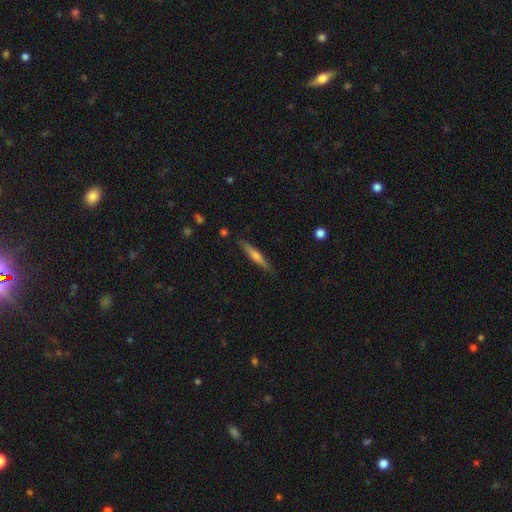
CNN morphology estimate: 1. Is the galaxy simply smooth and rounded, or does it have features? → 49% featured or disk, 45% smooth, 6% star or artifact.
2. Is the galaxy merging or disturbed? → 89% none, 8% minor disturbance, 2% major disturbance, 1% merger.